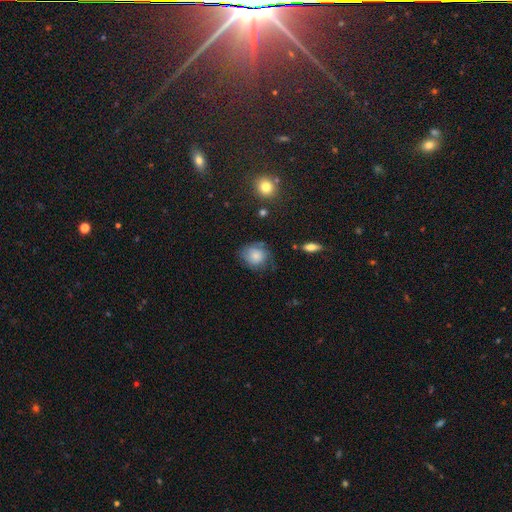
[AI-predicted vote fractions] Overall: smooth (68%). How rounded: round (73%). Merging: none (63%; minor disturbance 25%).